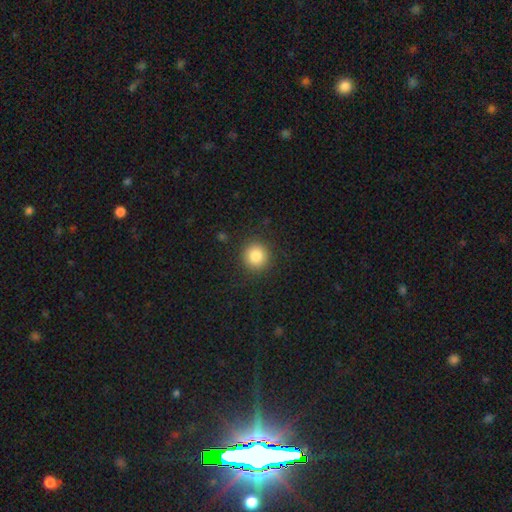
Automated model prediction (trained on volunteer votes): smooth-or-featured: smooth: 85% | star or artifact: 10% | featured or disk: 5%
  how-rounded: round: 93% | in between: 6% | cigar-shaped: 1%
  merging: none: 90% | minor disturbance: 6% | major disturbance: 2% | merger: 1%